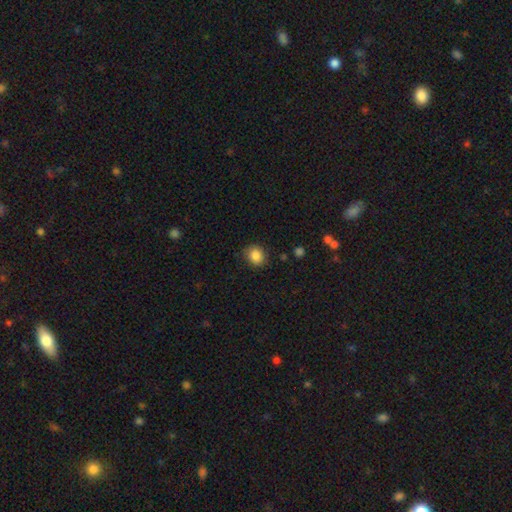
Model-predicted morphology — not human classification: smooth 86%, star or artifact 9%, featured or disk 5%. Down the decision tree: how rounded — round (69%); merging — none (85%).